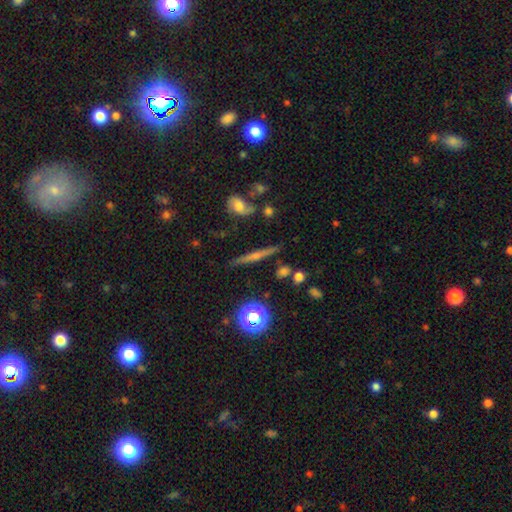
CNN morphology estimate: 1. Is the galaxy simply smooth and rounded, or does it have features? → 58% featured or disk, 29% smooth, 14% star or artifact.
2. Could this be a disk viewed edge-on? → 95% yes, 5% no.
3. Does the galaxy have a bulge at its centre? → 63% rounded, 29% none, 8% boxy.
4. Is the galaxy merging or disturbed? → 86% none, 9% minor disturbance, 3% merger, 2% major disturbance.